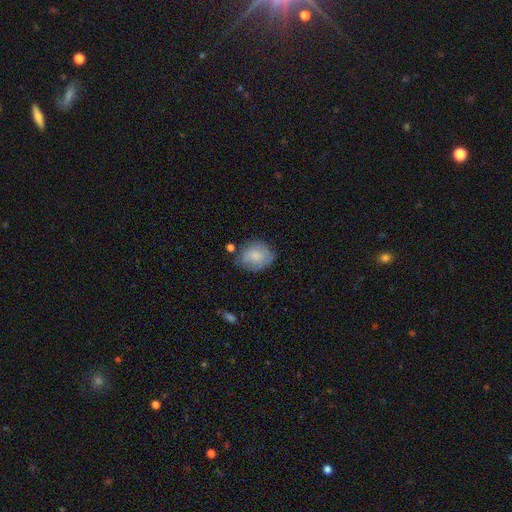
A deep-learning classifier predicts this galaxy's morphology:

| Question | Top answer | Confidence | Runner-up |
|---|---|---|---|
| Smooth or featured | smooth | 76% | featured or disk (16%) |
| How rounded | round | 55% | in between (43%) |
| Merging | none | 65% | minor disturbance (25%) |